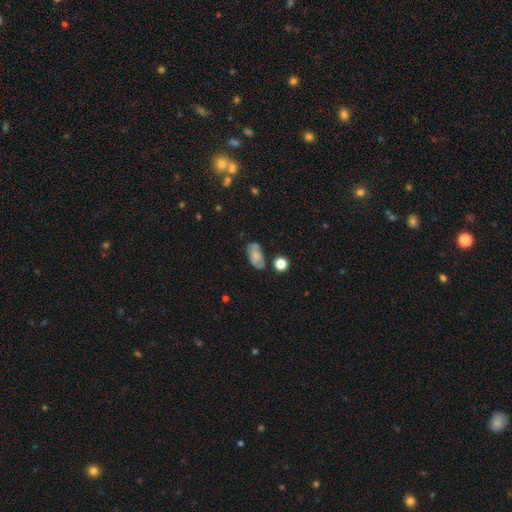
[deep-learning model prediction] Smooth or featured?
  - smooth: 64% *
  - featured or disk: 27%
  - star or artifact: 9%
How rounded?
  - in between: 91% *
  - round: 5%
  - cigar-shaped: 4%
Merging?
  - none: 65% *
  - minor disturbance: 23%
  - major disturbance: 7%
  - merger: 6%